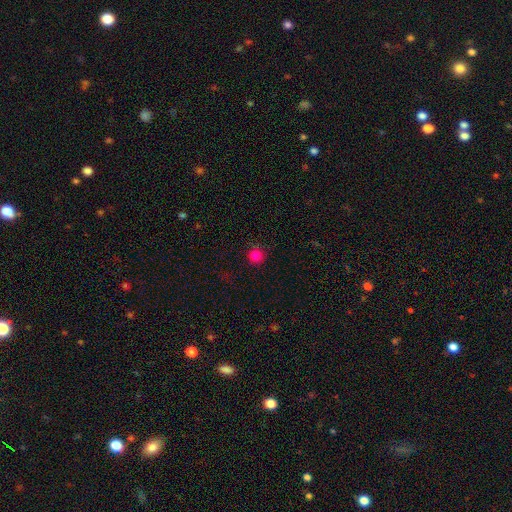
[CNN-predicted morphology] A smooth galaxy with no disk features (81%) that is round (94%).

Vote fractions:
- Smooth or featured? smooth: 81% / star or artifact: 16% / featured or disk: 3%
- How rounded? round: 94% / in between: 5% / cigar-shaped: 1%
- Merging? none: 87% / minor disturbance: 9% / major disturbance: 3% / merger: 1%